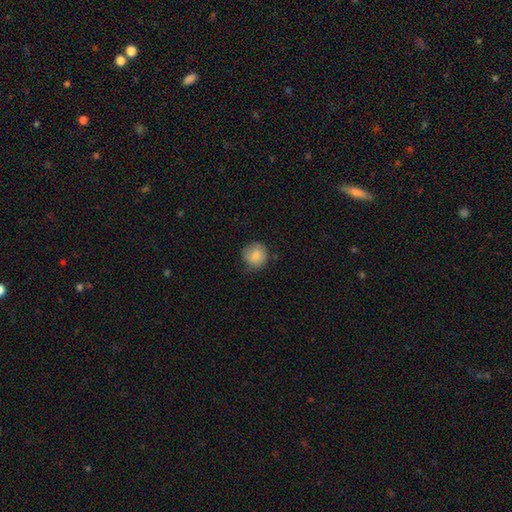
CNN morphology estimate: Overall: smooth (84%). How rounded: round (90%). Merging: none (73%).